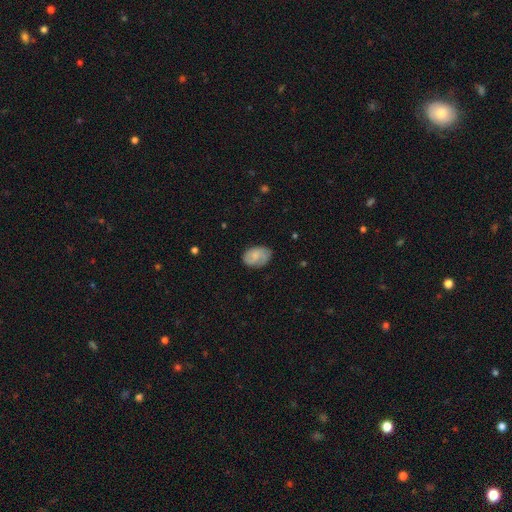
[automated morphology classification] smooth_or_featured: smooth (p=0.63) [alt: featured or disk p=0.30]
how_rounded: in between (p=0.84) [alt: round p=0.15]
merging: none (p=0.70) [alt: minor disturbance p=0.23]